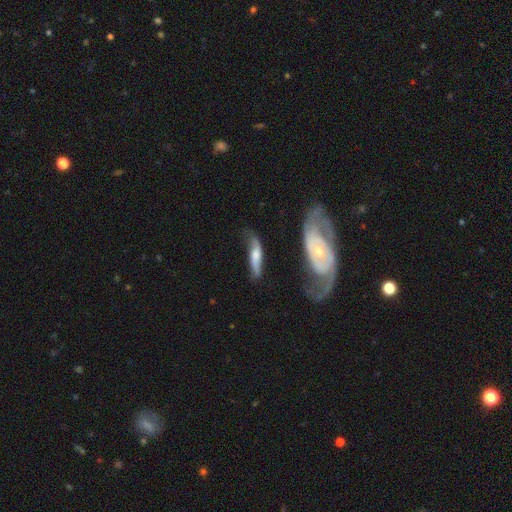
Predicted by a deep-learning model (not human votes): Overall: featured or disk (51%; smooth 43%). Edge-on disk: yes (54%; no 46%). Merging: none (53%; minor disturbance 29%).